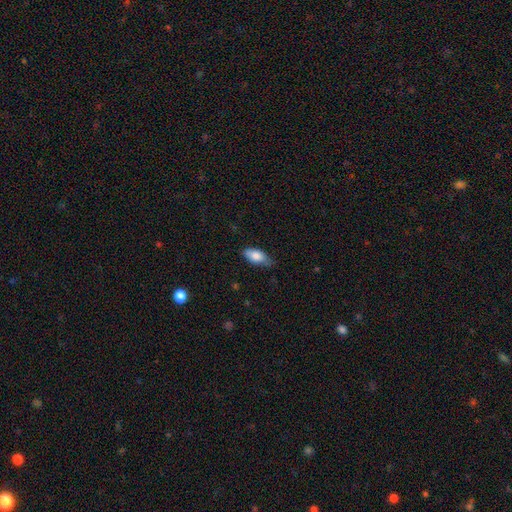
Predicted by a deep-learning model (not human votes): This appears to be a smooth galaxy with no disk features (79%) that is in between round and cigar-shaped (86%). Merging: none (67%).